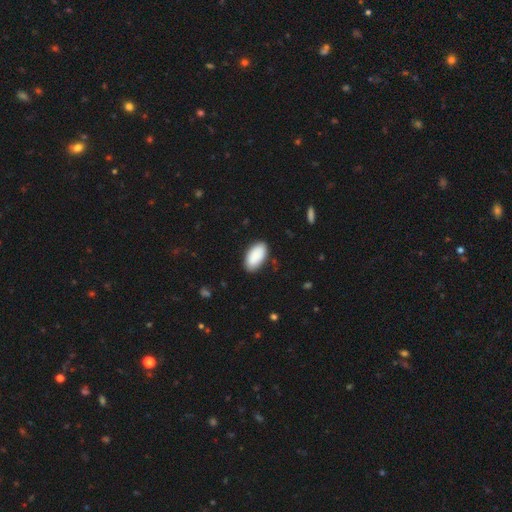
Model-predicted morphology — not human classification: The model was most divided on "merging": none: 85%, minor disturbance: 11%, major disturbance: 2%, merger: 1%. More confident: how rounded — in between (96%); smooth or featured — smooth (90%).